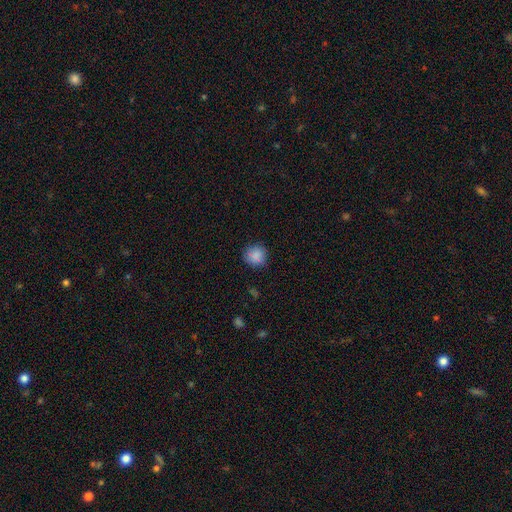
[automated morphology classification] Q: Smooth or featured?
A: smooth (86%); runner-up: star or artifact (9%)
Q: How rounded?
A: round (89%); runner-up: in between (10%)
Q: Merging?
A: none (84%); runner-up: minor disturbance (12%)